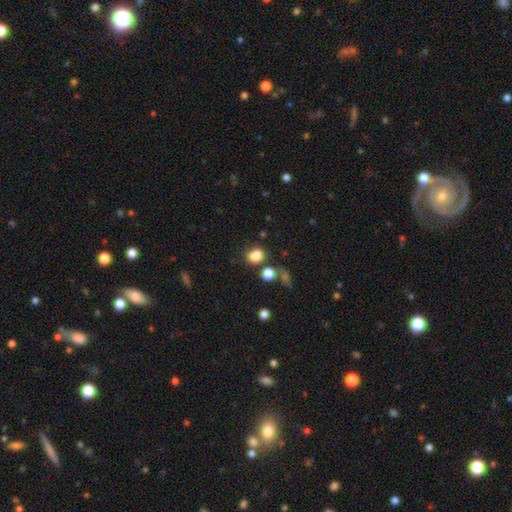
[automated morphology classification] Overall: smooth (83%). How rounded: in between (50%; round 49%). Merging: none (66%).